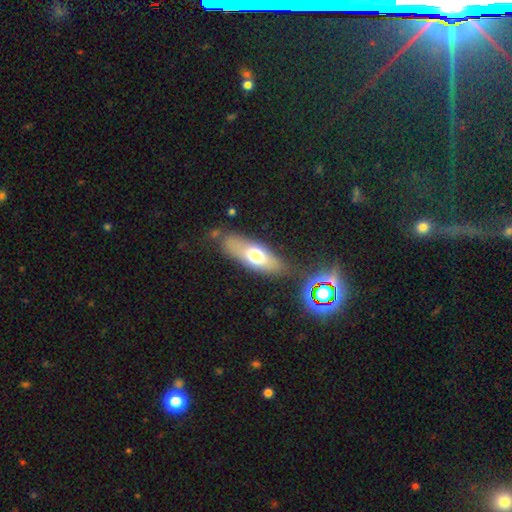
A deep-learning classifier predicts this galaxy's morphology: Smooth or featured? smooth (60%)
How rounded? in between (62%)
Merging? none (76%)